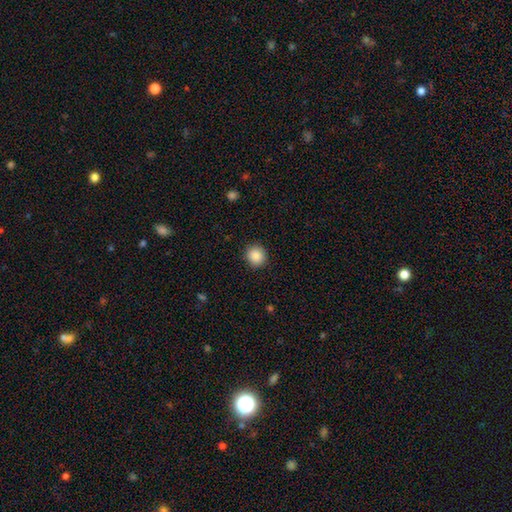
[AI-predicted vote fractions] The model was most divided on "smooth or featured": smooth: 88%, star or artifact: 9%, featured or disk: 3%. More confident: how rounded — round (92%); merging — none (91%).